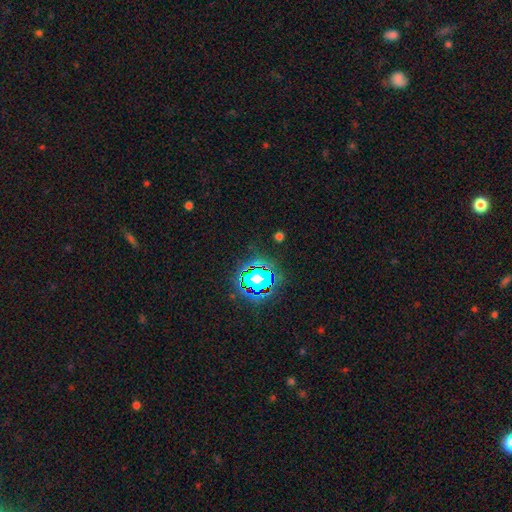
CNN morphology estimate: Smooth or featured: star or artifact — 77% (smooth — 15%)